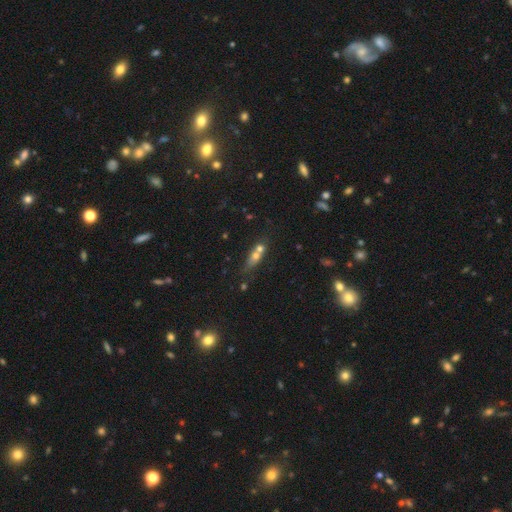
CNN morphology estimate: Overall: smooth (59%; featured or disk 27%). How rounded: in between (48%; cigar-shaped 27%). Merging: merger (52%; none 33%).